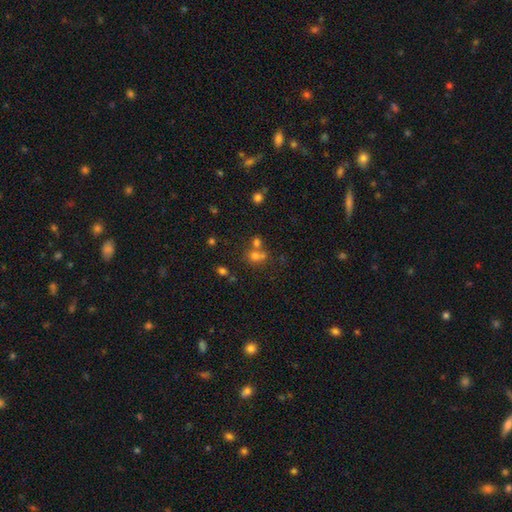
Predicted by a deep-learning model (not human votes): smooth 63%, star or artifact 22%, featured or disk 15%. Down the decision tree: how rounded — round (74%); merging — merger (45%).